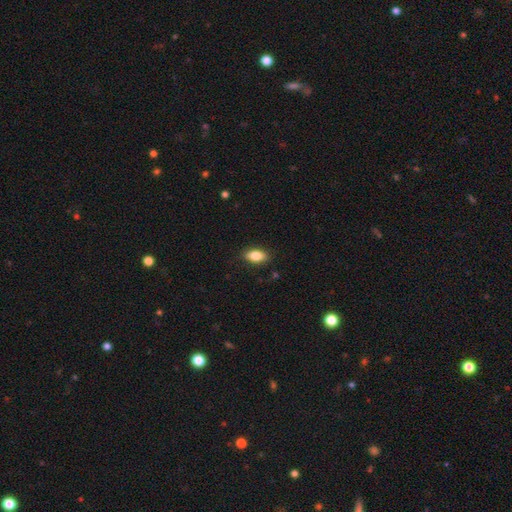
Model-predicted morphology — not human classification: smooth 80%, featured or disk 13%, star or artifact 7%. Down the decision tree: how rounded — in between (88%); merging — none (86%).